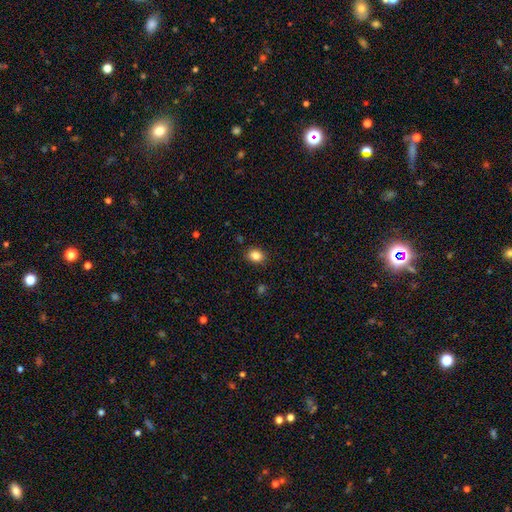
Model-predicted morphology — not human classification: Smooth or featured?
  - smooth: 85% *
  - star or artifact: 10%
  - featured or disk: 5%
How rounded?
  - in between: 50% *
  - round: 49%
  - cigar-shaped: 1%
Merging?
  - none: 88% *
  - minor disturbance: 9%
  - major disturbance: 2%
  - merger: 1%